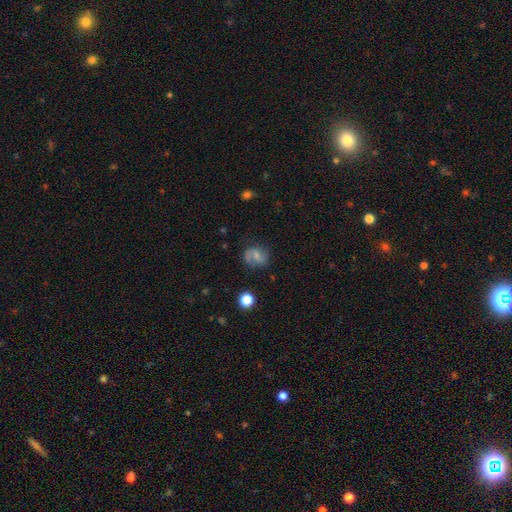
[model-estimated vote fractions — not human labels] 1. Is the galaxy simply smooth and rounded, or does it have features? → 56% featured or disk, 33% smooth, 10% star or artifact.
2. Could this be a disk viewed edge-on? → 98% no, 2% yes.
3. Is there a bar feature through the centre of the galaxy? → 47% weak, 39% no, 14% strong.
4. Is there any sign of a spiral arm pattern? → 88% yes, 12% no.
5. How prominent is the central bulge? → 44% small, 27% moderate, 24% none, 3% large, 1% dominant.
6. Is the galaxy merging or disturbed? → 65% none, 21% minor disturbance, 12% major disturbance, 2% merger.